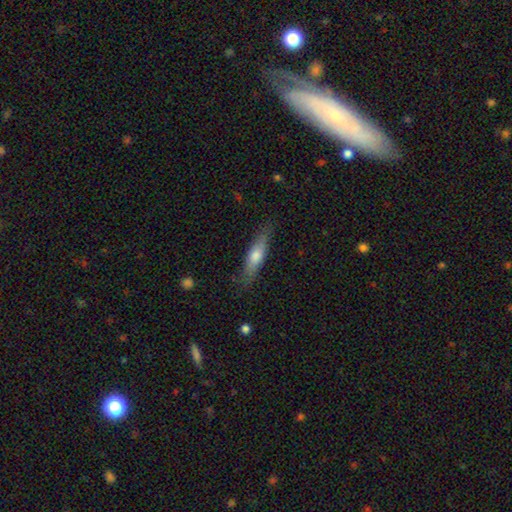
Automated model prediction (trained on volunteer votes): smooth_or_featured: smooth (p=0.51) [alt: featured or disk p=0.43]
how_rounded: cigar-shaped (p=0.80) [alt: in between p=0.18]
merging: none (p=0.84) [alt: minor disturbance p=0.12]